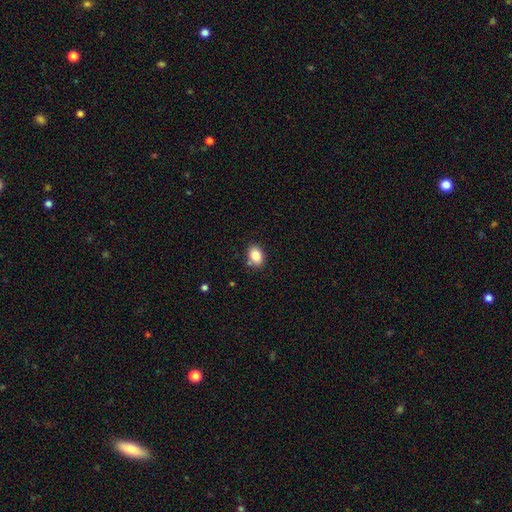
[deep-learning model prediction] Smooth or featured?
  - smooth: 84% *
  - star or artifact: 9%
  - featured or disk: 7%
How rounded?
  - in between: 75% *
  - round: 24%
  - cigar-shaped: 1%
Merging?
  - none: 81% *
  - minor disturbance: 12%
  - merger: 4%
  - major disturbance: 3%